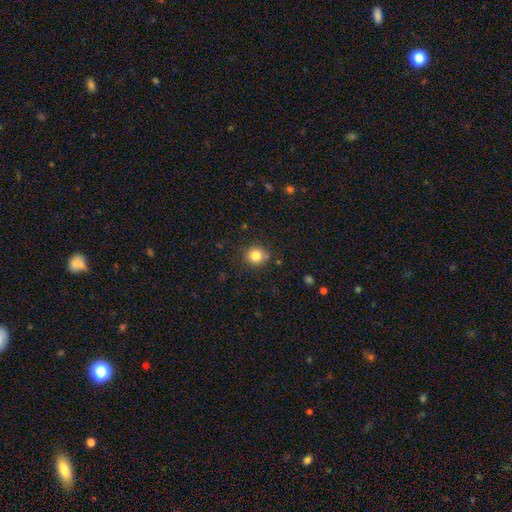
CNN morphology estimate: This appears to be a smooth galaxy with no disk features (83%) that is round (89%). Merging: none (84%).